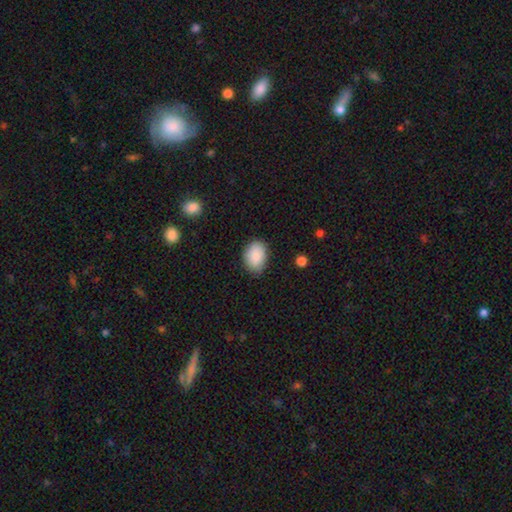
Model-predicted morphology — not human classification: smooth_or_featured: smooth (p=0.86) [alt: star or artifact p=0.07]
how_rounded: in between (p=0.78) [alt: round p=0.21]
merging: none (p=0.79) [alt: minor disturbance p=0.17]